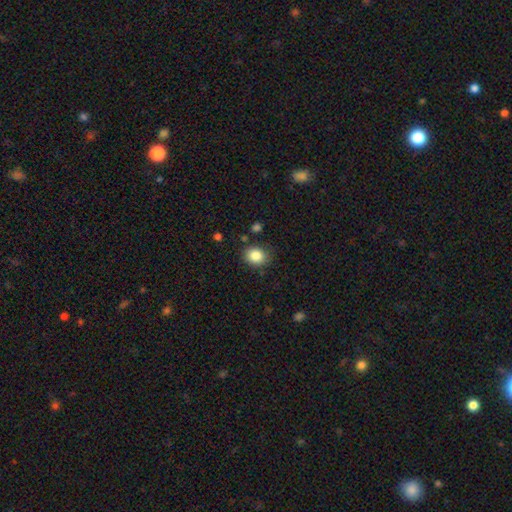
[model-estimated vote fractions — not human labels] smooth-or-featured: smooth: 85% | star or artifact: 10% | featured or disk: 5%
  how-rounded: round: 61% | in between: 38% | cigar-shaped: 1%
  merging: none: 81% | minor disturbance: 13% | major disturbance: 3% | merger: 3%